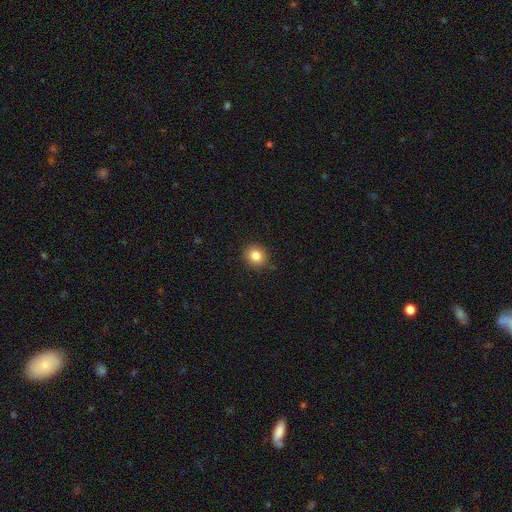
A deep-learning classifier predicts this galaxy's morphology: This appears to be a smooth galaxy with no disk features (84%) that is round (79%). Merging: none (87%).